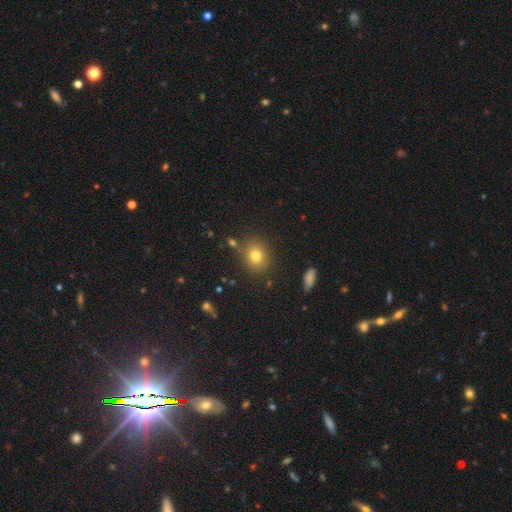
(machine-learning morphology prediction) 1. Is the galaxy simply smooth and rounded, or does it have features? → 77% smooth, 14% star or artifact, 9% featured or disk.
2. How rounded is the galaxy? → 72% round, 27% in between, 1% cigar-shaped.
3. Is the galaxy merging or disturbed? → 83% none, 10% minor disturbance, 4% merger, 3% major disturbance.